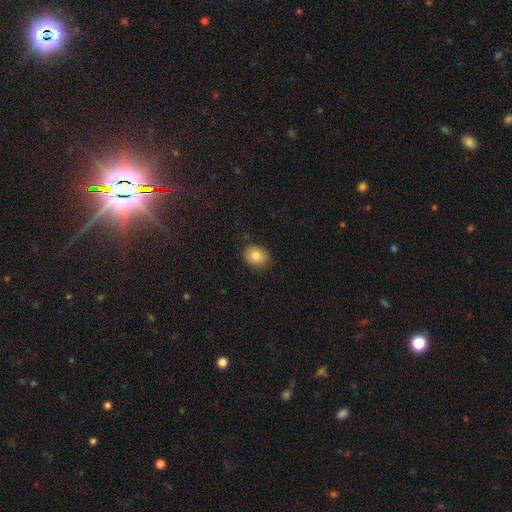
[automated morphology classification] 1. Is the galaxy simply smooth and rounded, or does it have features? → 84% smooth, 9% star or artifact, 7% featured or disk.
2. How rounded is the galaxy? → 54% round, 45% in between, 1% cigar-shaped.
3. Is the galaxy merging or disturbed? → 84% none, 12% minor disturbance, 2% major disturbance, 1% merger.